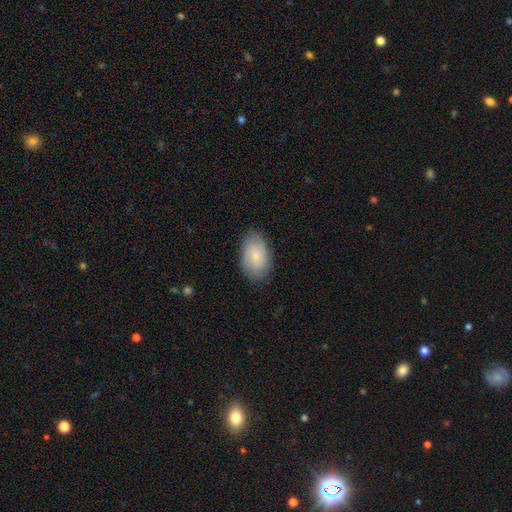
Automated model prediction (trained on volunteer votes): Smooth or featured? Predicted: smooth (p=0.68). How rounded? Predicted: in between (p=0.92). Merging? Predicted: none (p=0.80).